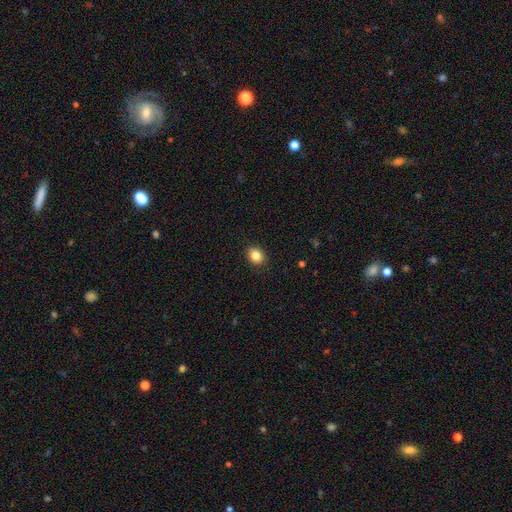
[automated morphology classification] This appears to be a smooth galaxy with no disk features (84%) that is round (52%). Merging: none (90%).